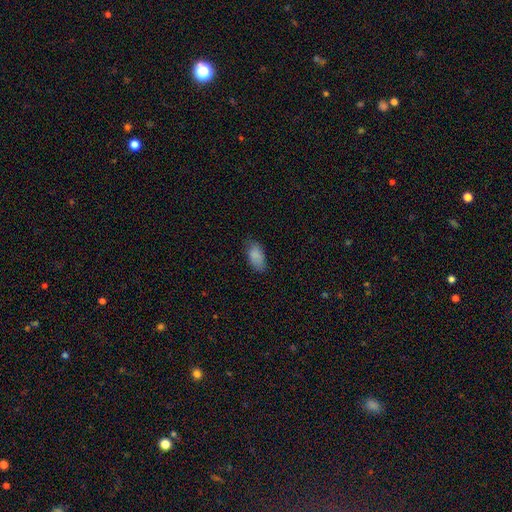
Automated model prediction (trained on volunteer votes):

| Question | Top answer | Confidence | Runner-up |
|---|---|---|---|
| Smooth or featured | smooth | 86% | star or artifact (8%) |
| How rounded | in between | 93% | cigar-shaped (4%) |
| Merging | none | 72% | minor disturbance (22%) |